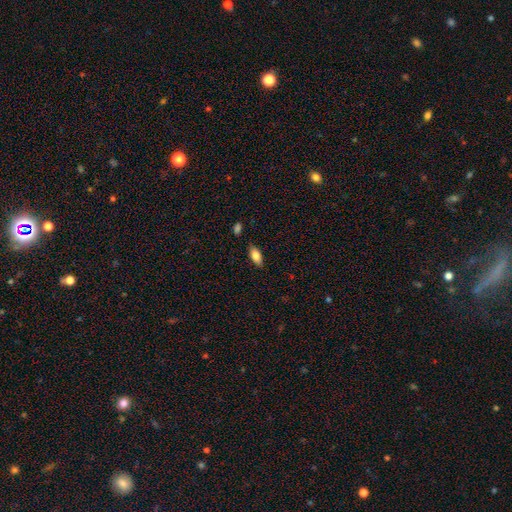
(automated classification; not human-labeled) smooth-or-featured: smooth: 80% | featured or disk: 13% | star or artifact: 7%
  how-rounded: in between: 87% | cigar-shaped: 10% | round: 3%
  merging: none: 83% | minor disturbance: 12% | major disturbance: 2% | merger: 2%